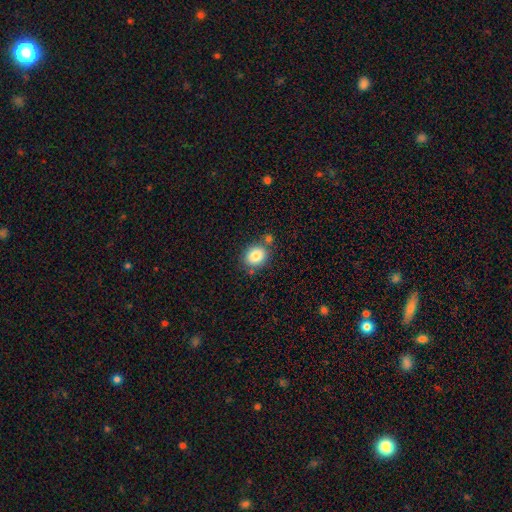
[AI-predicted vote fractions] Smooth or featured: smooth — 84% (star or artifact — 9%)
How rounded: round — 54% (in between — 45%)
Merging: none — 71% (minor disturbance — 13%)